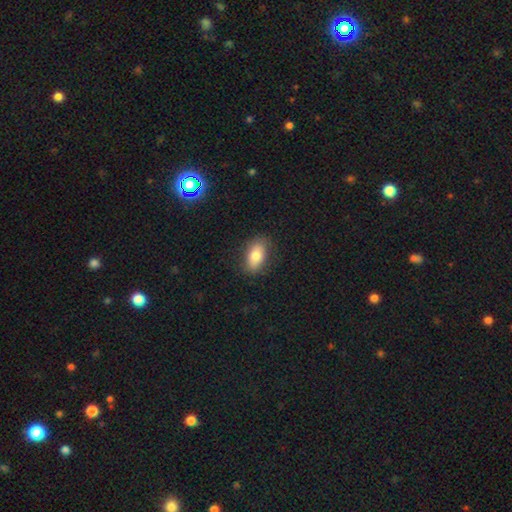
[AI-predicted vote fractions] smooth-or-featured: smooth: 78% | featured or disk: 14% | star or artifact: 8%
  how-rounded: in between: 89% | round: 7% | cigar-shaped: 4%
  merging: none: 83% | minor disturbance: 13% | major disturbance: 3% | merger: 1%